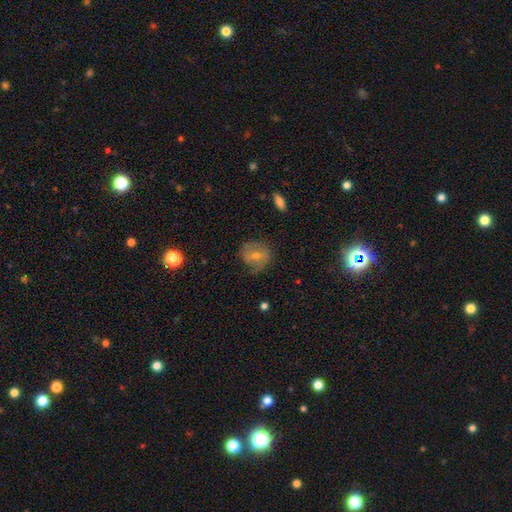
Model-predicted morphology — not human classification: The model was most divided on "bar": weak: 45%, no: 37%, strong: 17%. More confident: edge-on disk — no (95%); spiral arms — yes (77%); merging — none (74%); smooth or featured — featured or disk (53%); bulge size — small (51%).